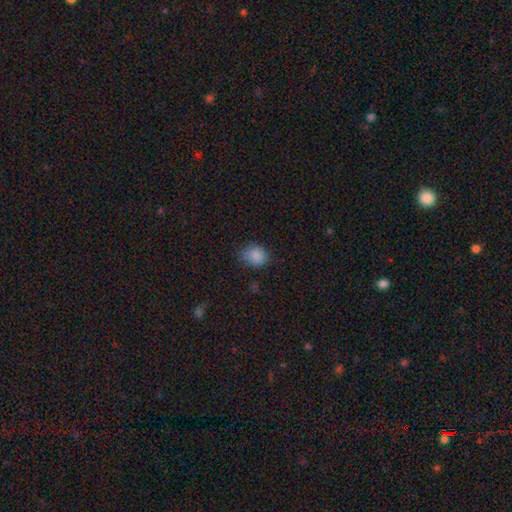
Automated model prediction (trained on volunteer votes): Smooth or featured? smooth (85%)
How rounded? round (56%)
Merging? none (70%)